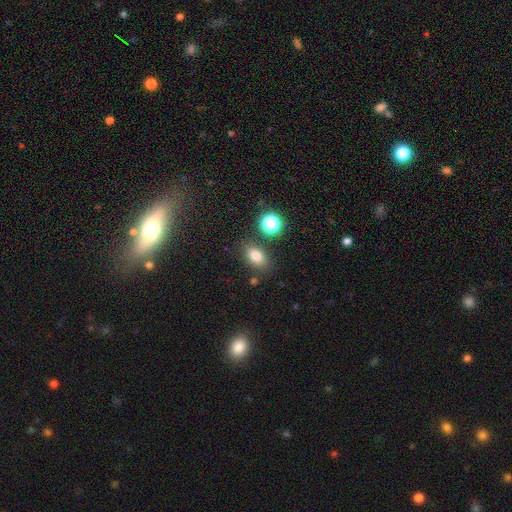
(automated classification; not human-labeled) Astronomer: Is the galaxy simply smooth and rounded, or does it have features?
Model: smooth — 76%.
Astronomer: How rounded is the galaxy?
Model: in between — 79%.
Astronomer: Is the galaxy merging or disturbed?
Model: none — 79%.